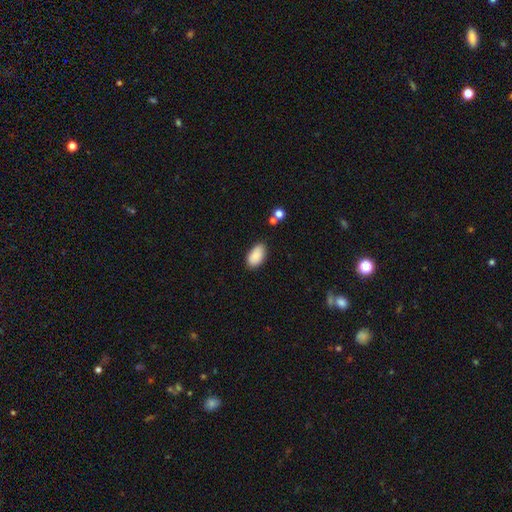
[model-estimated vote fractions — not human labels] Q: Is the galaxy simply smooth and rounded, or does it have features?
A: smooth — 88%.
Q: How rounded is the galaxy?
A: in between — 94%.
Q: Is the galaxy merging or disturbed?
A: none — 81%.